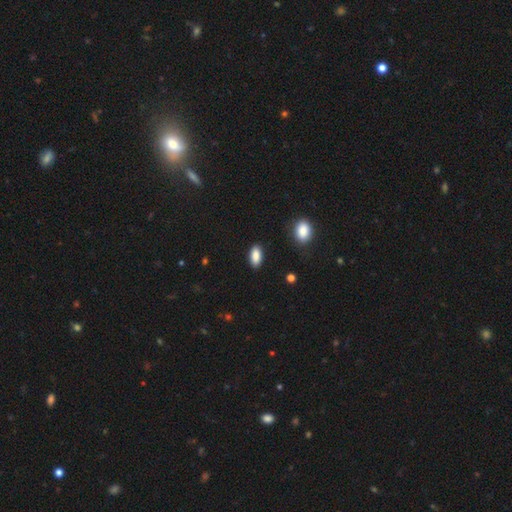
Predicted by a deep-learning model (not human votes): smooth-or-featured: smooth: 88% | star or artifact: 7% | featured or disk: 5%
  how-rounded: in between: 90% | cigar-shaped: 7% | round: 3%
  merging: none: 88% | minor disturbance: 9% | major disturbance: 2% | merger: 1%